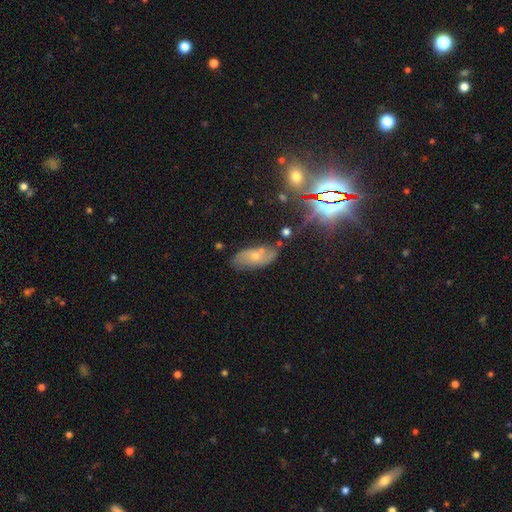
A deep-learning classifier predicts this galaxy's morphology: Overall: featured or disk (45%; smooth 42%). Merging: none (64%).